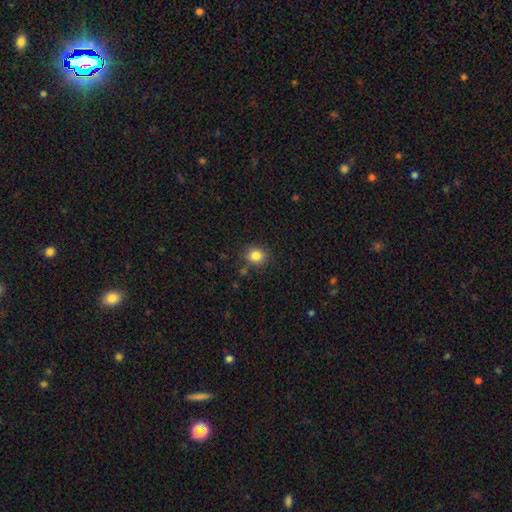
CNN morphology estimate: This is clearly a smooth galaxy (83%). How rounded: clearly round (80%). Merging: clearly none (83%).